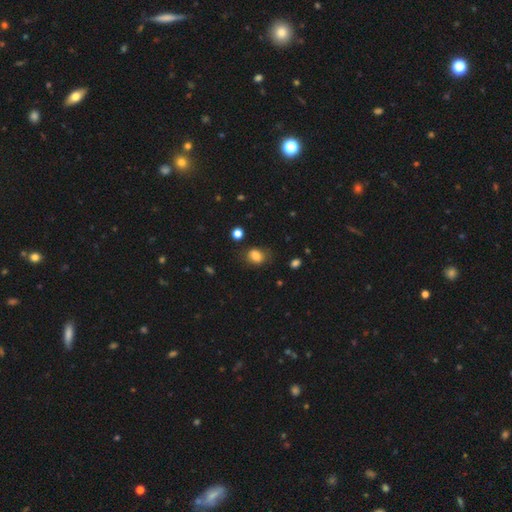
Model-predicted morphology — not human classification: Smooth or featured?
  - smooth: 80% *
  - star or artifact: 11%
  - featured or disk: 9%
How rounded?
  - in between: 58% *
  - round: 41%
  - cigar-shaped: 1%
Merging?
  - none: 71% *
  - minor disturbance: 20%
  - major disturbance: 7%
  - merger: 2%